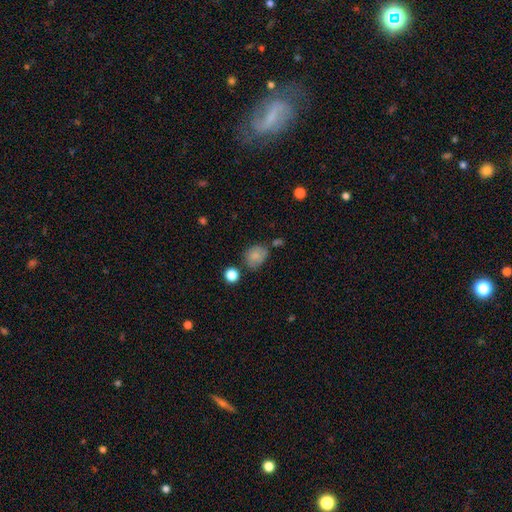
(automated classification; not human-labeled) smooth-or-featured: smooth: 79% | featured or disk: 11% | star or artifact: 10%
  how-rounded: round: 52% | in between: 47% | cigar-shaped: 1%
  merging: none: 57% | minor disturbance: 26% | merger: 9% | major disturbance: 7%